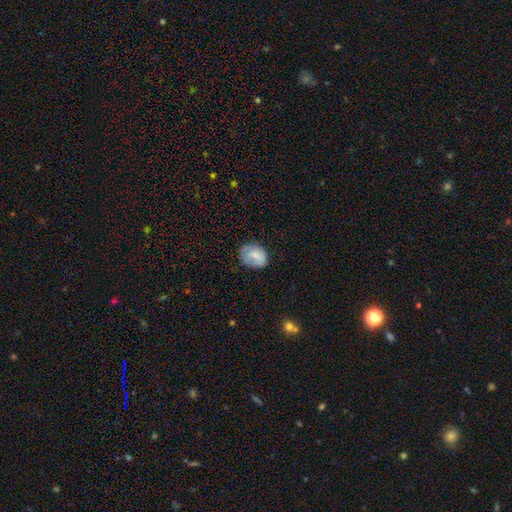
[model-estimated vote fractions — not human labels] Q: Smooth or featured?
A: smooth (76%); runner-up: featured or disk (16%)
Q: How rounded?
A: in between (62%); runner-up: round (37%)
Q: Merging?
A: none (68%); runner-up: minor disturbance (24%)